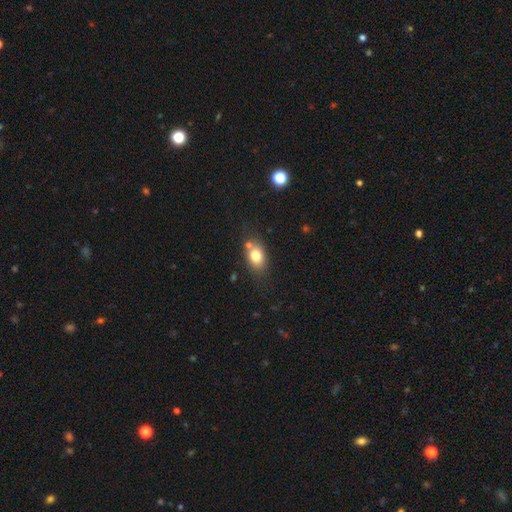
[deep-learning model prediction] Smooth or featured: smooth — 77% (featured or disk — 13%)
How rounded: in between — 75% (round — 23%)
Merging: none — 65% (minor disturbance — 16%)